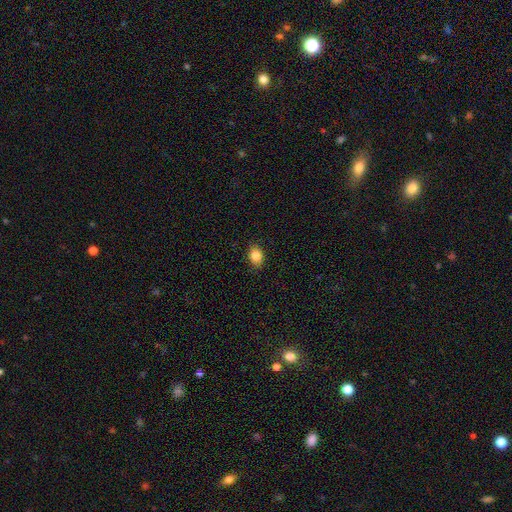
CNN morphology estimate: Overall: smooth (85%). How rounded: in between (67%; round 32%). Merging: none (86%).